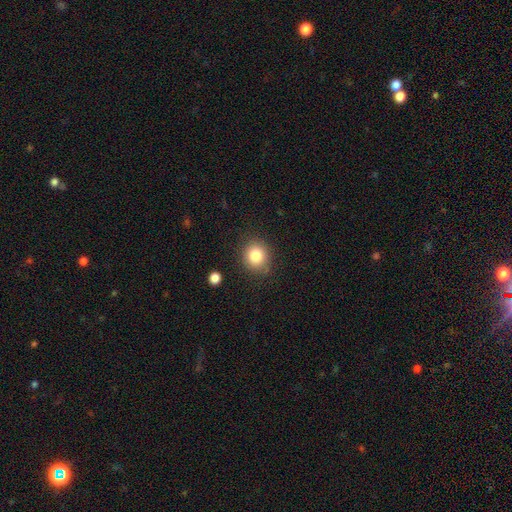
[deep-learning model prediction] This appears to be a smooth galaxy with no disk features (82%) that is round (81%). Merging: none (85%).